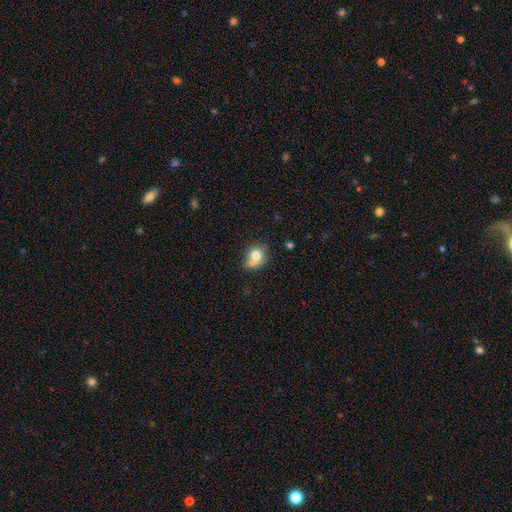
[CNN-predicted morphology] A smooth galaxy with no disk features (76%) that is round (66%). Merging: none (45%).